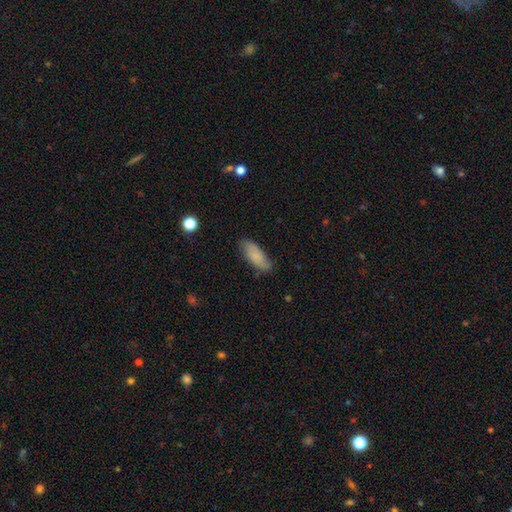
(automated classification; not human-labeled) Morphology: type=smooth (73%); roundness=in between (74%); merging=none (78%).